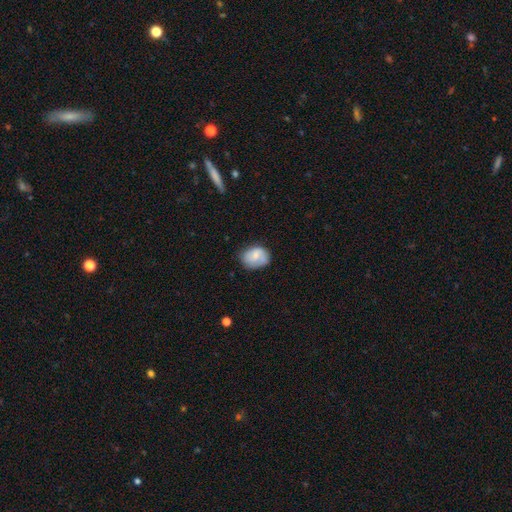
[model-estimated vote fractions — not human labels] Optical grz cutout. It shows a smooth galaxy with no disk features (69%) that is in between round and cigar-shaped (58%). Merging: none (62%).